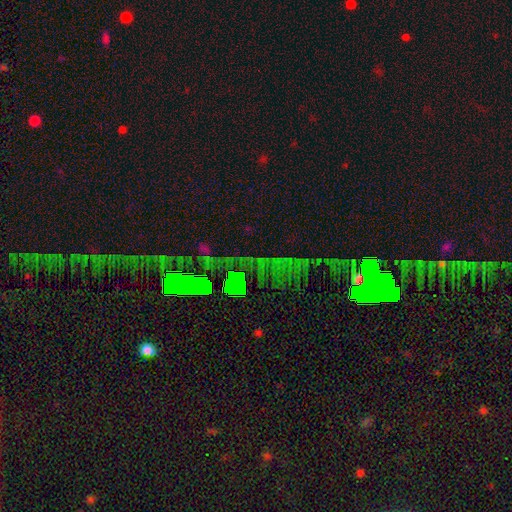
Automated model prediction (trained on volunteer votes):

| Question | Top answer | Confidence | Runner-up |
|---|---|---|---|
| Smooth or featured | star or artifact | 75% | featured or disk (14%) |